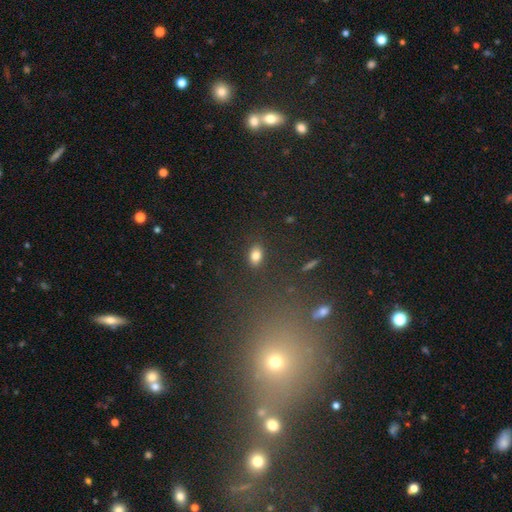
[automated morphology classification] Smooth or featured?
  - smooth: 82% *
  - star or artifact: 11%
  - featured or disk: 7%
How rounded?
  - in between: 84% *
  - round: 14%
  - cigar-shaped: 2%
Merging?
  - none: 86% *
  - minor disturbance: 9%
  - major disturbance: 3%
  - merger: 2%